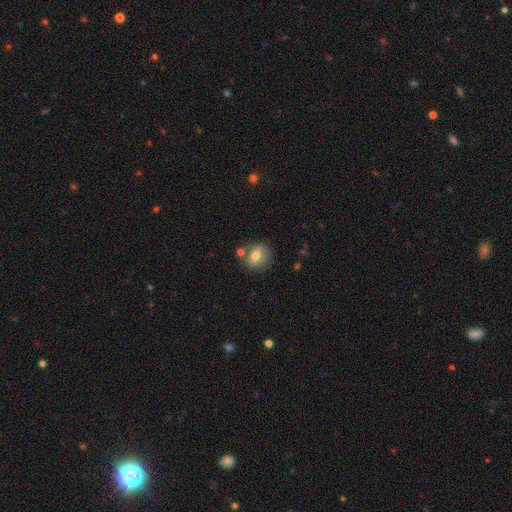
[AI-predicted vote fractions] smooth 69%, featured or disk 22%, star or artifact 9%. Down the decision tree: how rounded — round (73%); merging — none (71%).